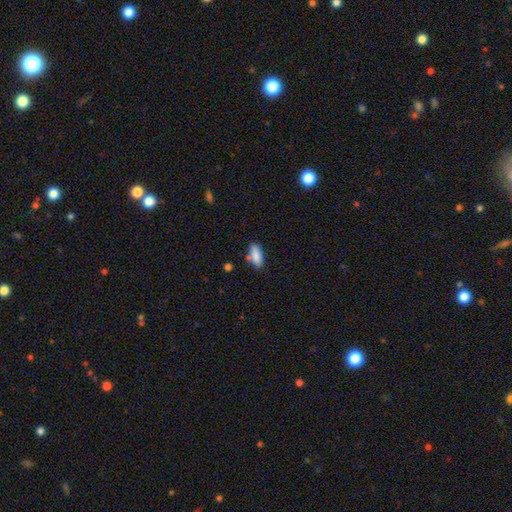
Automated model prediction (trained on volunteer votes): A smooth galaxy with no disk features (86%) that is in between round and cigar-shaped (77%).

Vote fractions:
- Smooth or featured? smooth: 86% / star or artifact: 7% / featured or disk: 7%
- How rounded? in between: 77% / cigar-shaped: 21% / round: 2%
- Merging? none: 71% / minor disturbance: 18% / merger: 7% / major disturbance: 4%